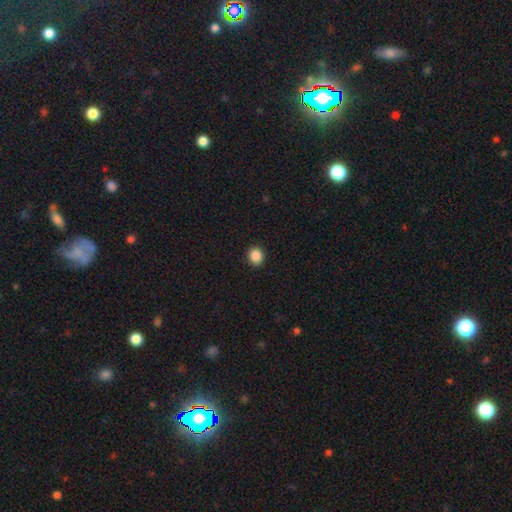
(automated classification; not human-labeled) smooth_or_featured: smooth (p=0.88) [alt: star or artifact p=0.10]
how_rounded: round (p=0.84) [alt: in between p=0.15]
merging: none (p=0.92) [alt: minor disturbance p=0.05]